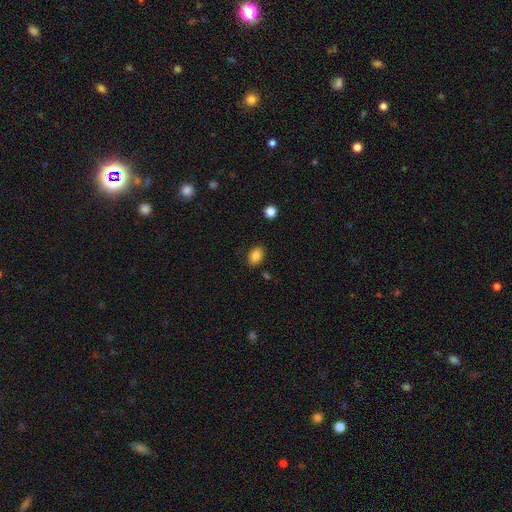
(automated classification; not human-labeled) Smooth or featured? smooth (86%)
How rounded? in between (80%)
Merging? none (86%)